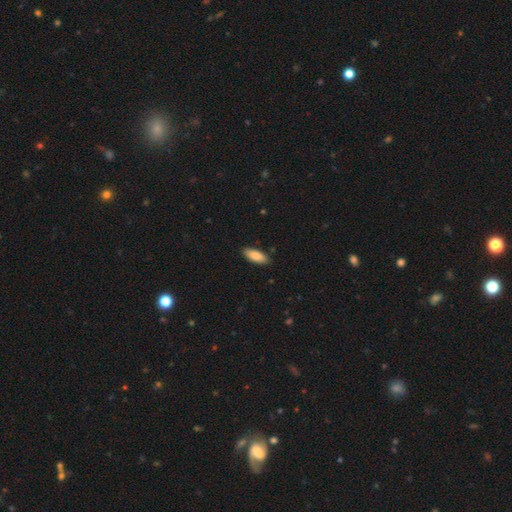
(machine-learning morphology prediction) Overall: smooth (86%). How rounded: in between (75%). Merging: none (87%).